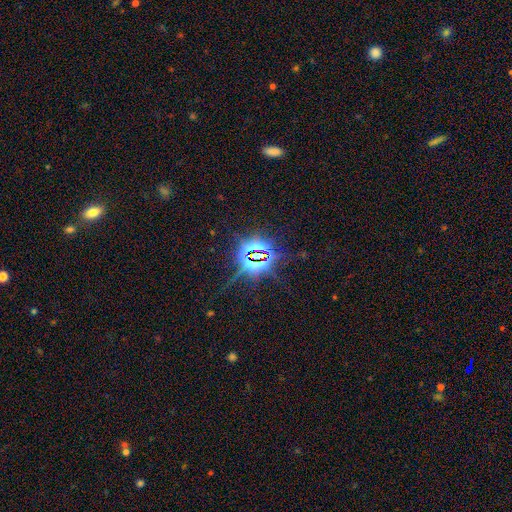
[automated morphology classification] This is clearly a star or artifact rather than a galaxy (85%).